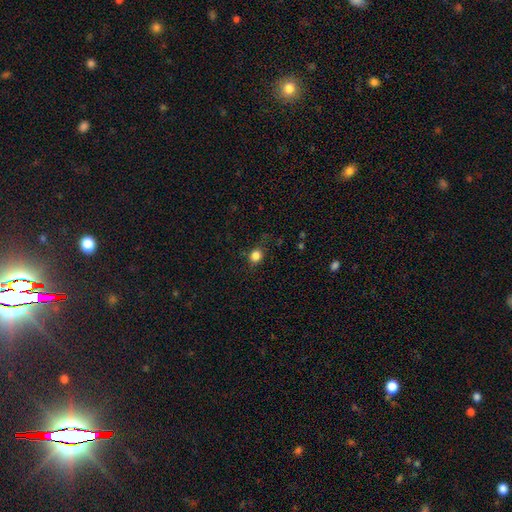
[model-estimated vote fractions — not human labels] Smooth or featured?
  - smooth: 83% *
  - star or artifact: 13%
  - featured or disk: 5%
How rounded?
  - round: 76% *
  - in between: 23%
  - cigar-shaped: 1%
Merging?
  - none: 79% *
  - minor disturbance: 15%
  - major disturbance: 5%
  - merger: 1%